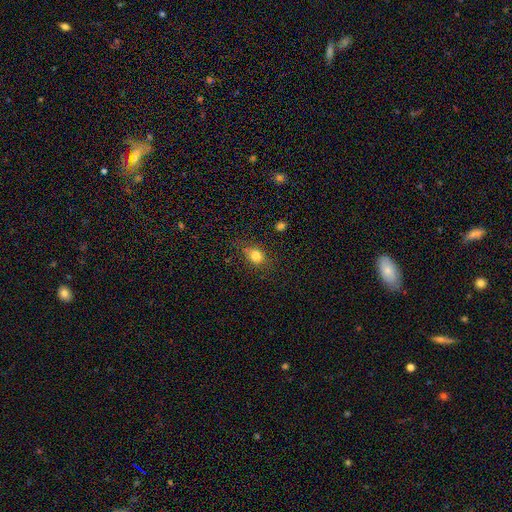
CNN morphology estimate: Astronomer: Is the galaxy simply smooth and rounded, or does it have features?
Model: smooth — 81%.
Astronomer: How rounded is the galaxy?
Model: round — 57% (runner-up: in between, 41%).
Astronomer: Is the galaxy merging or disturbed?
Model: none — 72%.